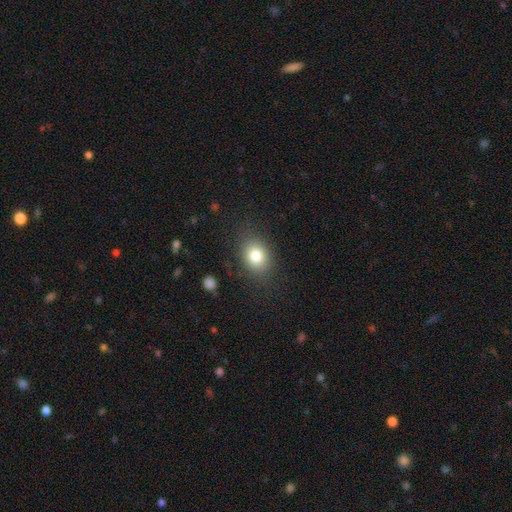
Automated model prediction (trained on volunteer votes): Smooth or featured: smooth — 80% (star or artifact — 11%)
How rounded: in between — 56% (round — 43%)
Merging: none — 82% (minor disturbance — 12%)